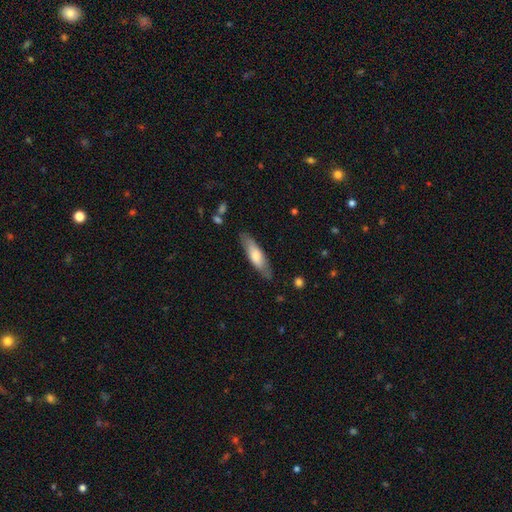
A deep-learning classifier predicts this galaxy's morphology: This is likely a smooth galaxy (66%). How rounded: possibly cigar-shaped (59%). Merging: clearly none (82%).